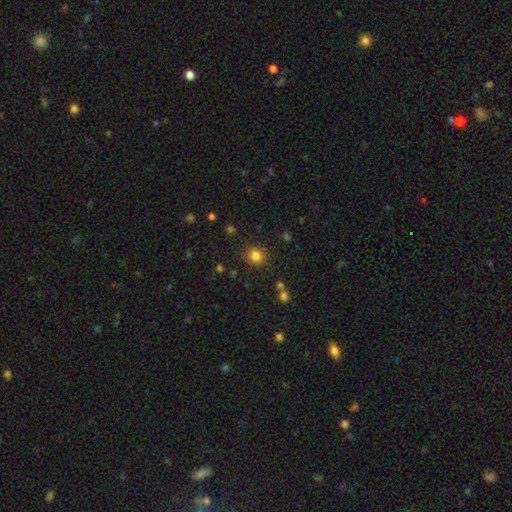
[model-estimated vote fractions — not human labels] Smooth or featured? smooth (82%)
How rounded? round (82%)
Merging? none (85%)